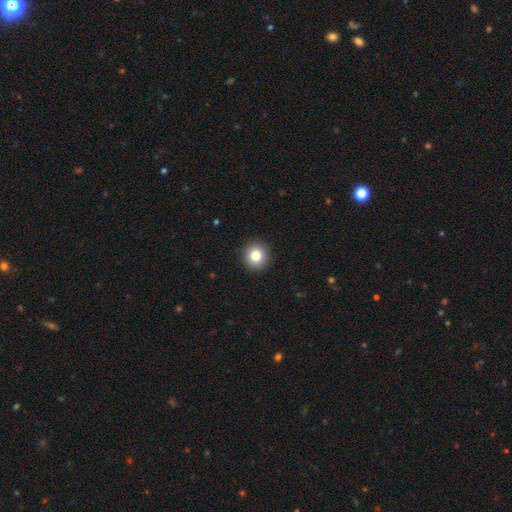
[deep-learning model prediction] The model was most divided on "smooth or featured": smooth: 82%, star or artifact: 10%, featured or disk: 8%. More confident: how rounded — round (93%); merging — none (93%).